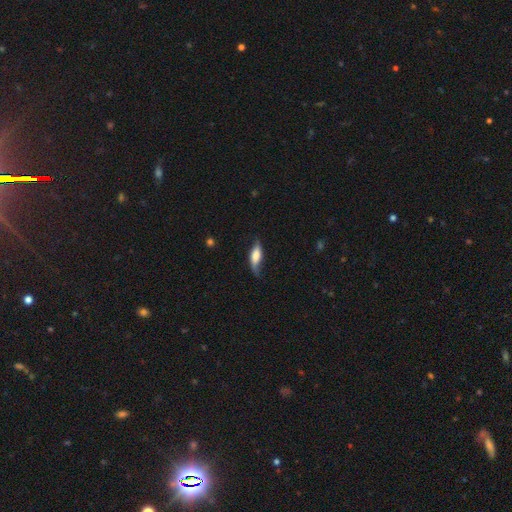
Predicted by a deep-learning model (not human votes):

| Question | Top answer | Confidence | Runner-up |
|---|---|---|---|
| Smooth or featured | smooth | 61% | featured or disk (33%) |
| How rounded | in between | 61% | cigar-shaped (36%) |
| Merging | none | 48% | minor disturbance (37%) |